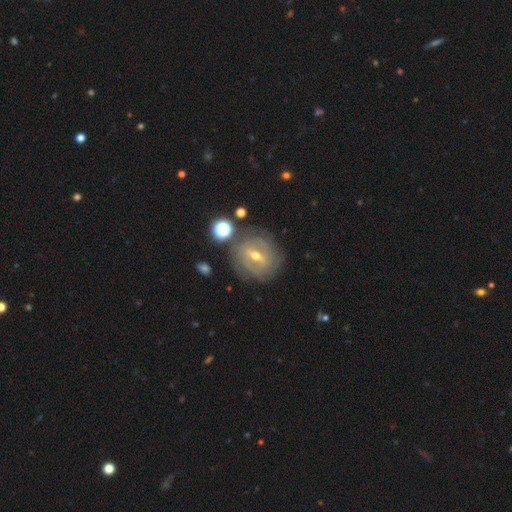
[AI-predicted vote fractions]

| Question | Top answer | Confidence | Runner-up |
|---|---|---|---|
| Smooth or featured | featured or disk | 73% | smooth (18%) |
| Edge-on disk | no | 93% | yes (7%) |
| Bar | weak | 47% | strong (35%) |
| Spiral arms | yes | 73% | no (27%) |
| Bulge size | moderate | 53% | small (44%) |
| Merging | none | 76% | minor disturbance (14%) |